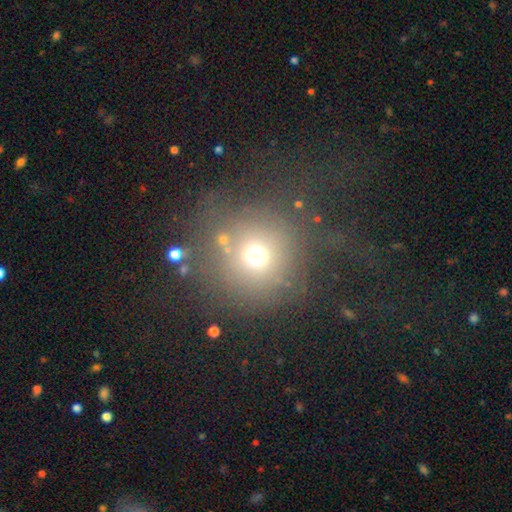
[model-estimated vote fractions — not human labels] Overall: smooth (64%). How rounded: round (92%). Merging: none (70%).